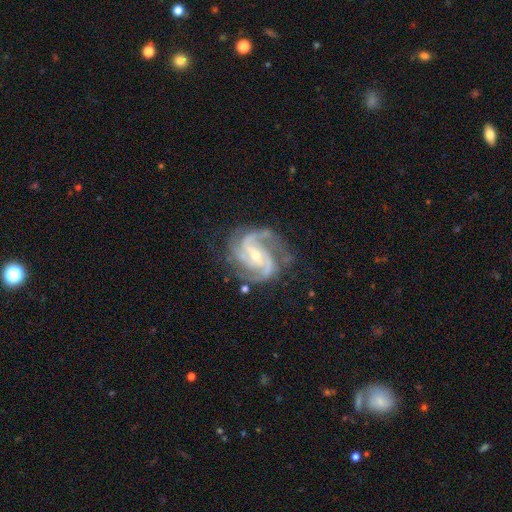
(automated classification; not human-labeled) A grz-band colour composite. It shows a featured or disk galaxy (93%) with a weak bar (46%), 2 (39%, tied with 3) medium (54%) spiral arms (99%) and a small central bulge (60%). Merging: none (69%).